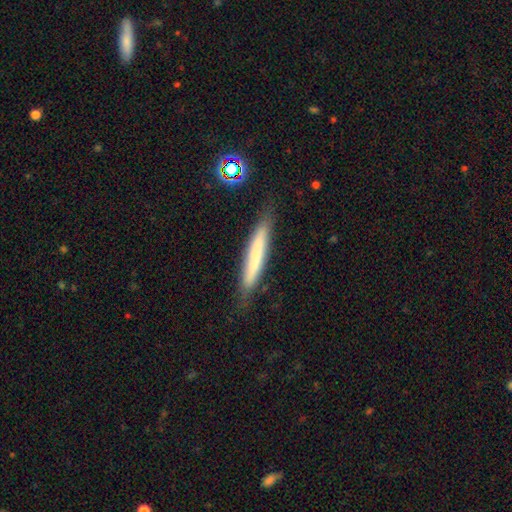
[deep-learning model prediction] This appears to be a smooth galaxy with no disk features (61%) that is cigar-shaped (94%). Merging: none (81%).